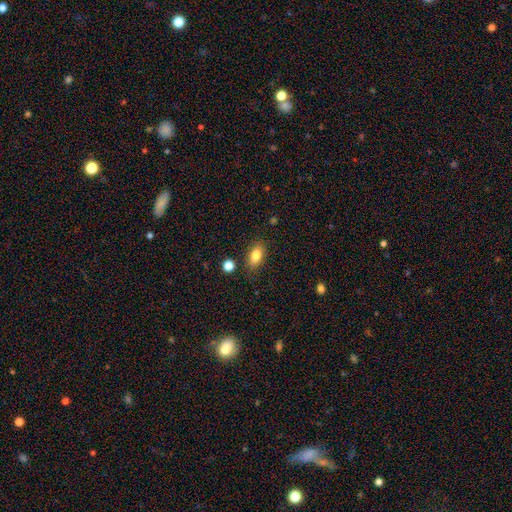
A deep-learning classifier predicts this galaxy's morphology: This is clearly a smooth galaxy (81%). How rounded: clearly in between (88%). Merging: clearly none (83%).